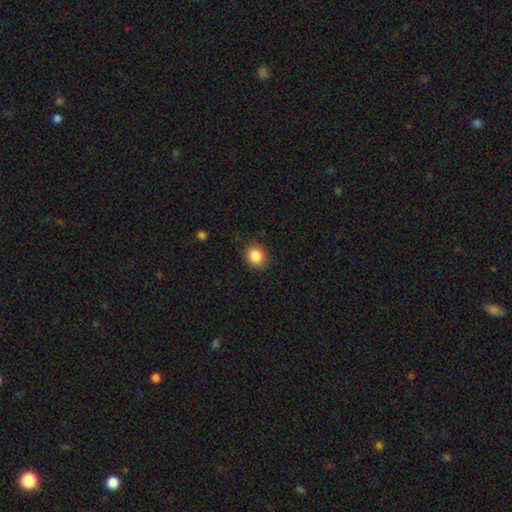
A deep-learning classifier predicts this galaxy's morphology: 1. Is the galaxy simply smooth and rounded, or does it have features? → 86% smooth, 9% star or artifact, 5% featured or disk.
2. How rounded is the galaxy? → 64% round, 36% in between, 1% cigar-shaped.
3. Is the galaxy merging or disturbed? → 85% none, 12% minor disturbance, 3% major disturbance, 1% merger.